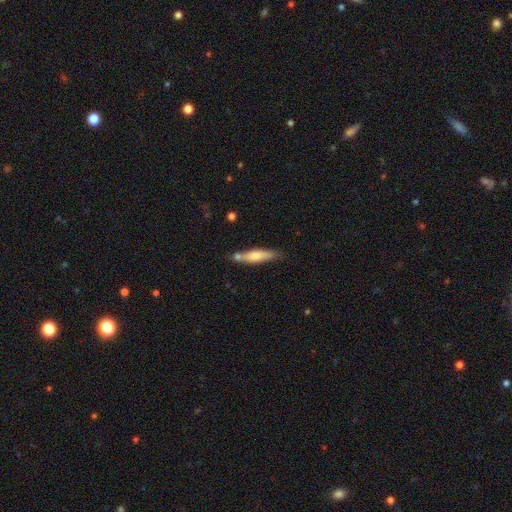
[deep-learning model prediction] Q: Smooth or featured?
A: smooth (63%); runner-up: featured or disk (31%)
Q: How rounded?
A: cigar-shaped (79%); runner-up: in between (19%)
Q: Merging?
A: none (65%); runner-up: minor disturbance (17%)